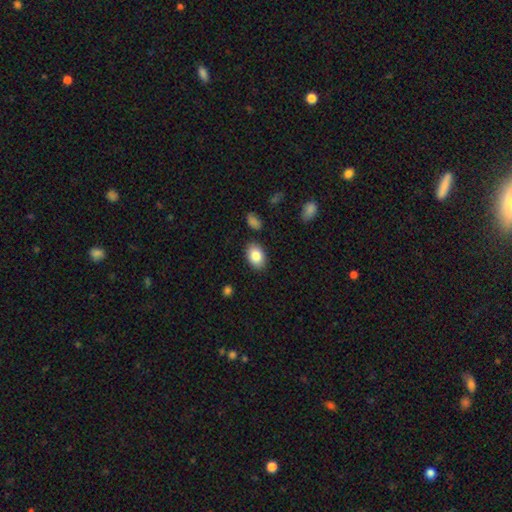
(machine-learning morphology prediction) This is clearly a smooth galaxy (85%). How rounded: clearly in between (86%). Merging: clearly none (86%).